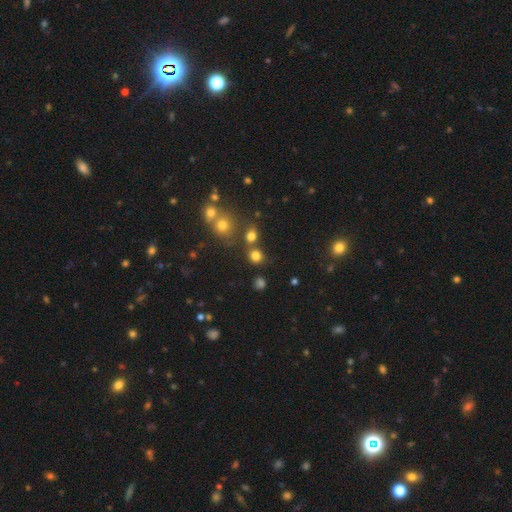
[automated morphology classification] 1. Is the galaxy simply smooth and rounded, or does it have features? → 76% smooth, 18% star or artifact, 6% featured or disk.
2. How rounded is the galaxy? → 82% round, 16% in between, 1% cigar-shaped.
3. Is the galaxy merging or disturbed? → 70% none, 17% merger, 9% minor disturbance, 4% major disturbance.